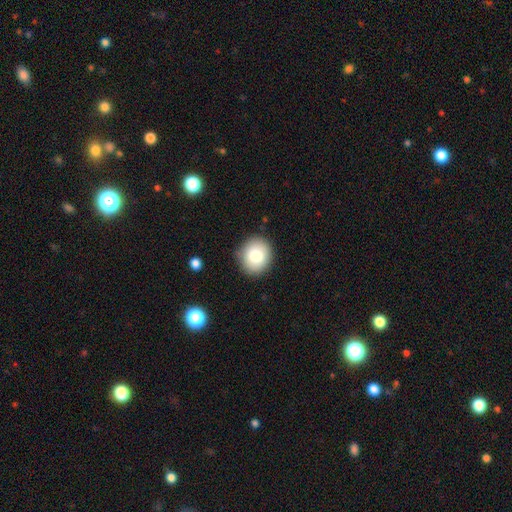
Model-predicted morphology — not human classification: smooth_or_featured: smooth (p=0.81) [alt: featured or disk p=0.11]
how_rounded: round (p=0.79) [alt: in between p=0.20]
merging: none (p=0.85) [alt: minor disturbance p=0.11]